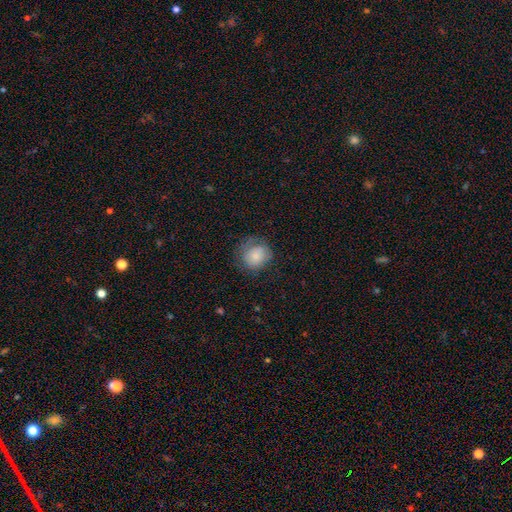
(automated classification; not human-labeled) smooth 78%, featured or disk 14%, star or artifact 8%. Down the decision tree: how rounded — round (84%); merging — none (66%).